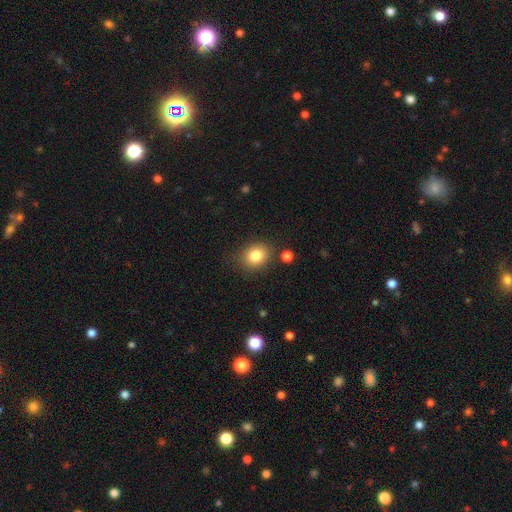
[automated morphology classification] Smooth or featured? smooth (82%)
How rounded? round (64%)
Merging? none (81%)